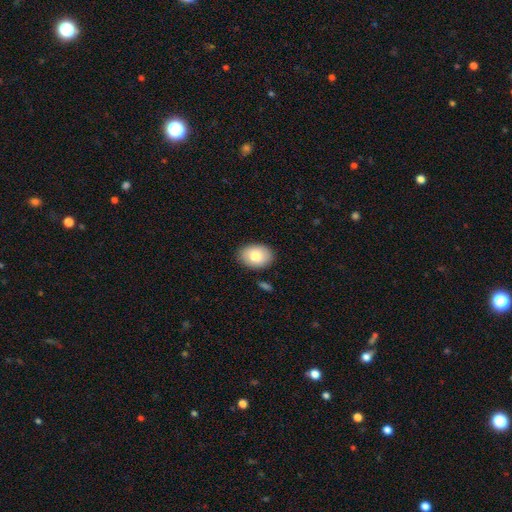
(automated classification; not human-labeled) Q: Smooth or featured?
A: smooth (82%); runner-up: featured or disk (11%)
Q: How rounded?
A: in between (77%); runner-up: round (22%)
Q: Merging?
A: none (86%); runner-up: minor disturbance (10%)